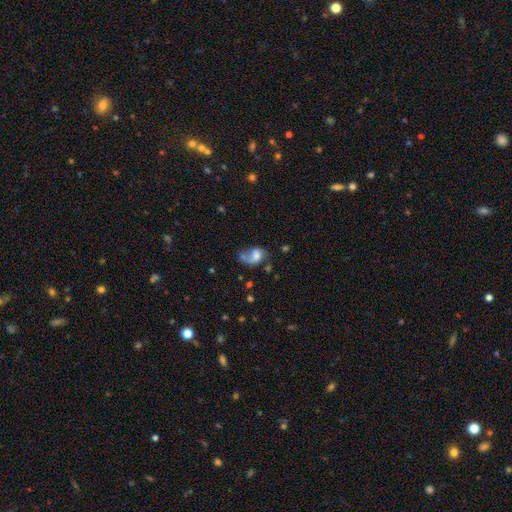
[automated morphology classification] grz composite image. It shows a smooth galaxy with no disk features (54%) that is in between round and cigar-shaped (70%). Merging: none (28%).